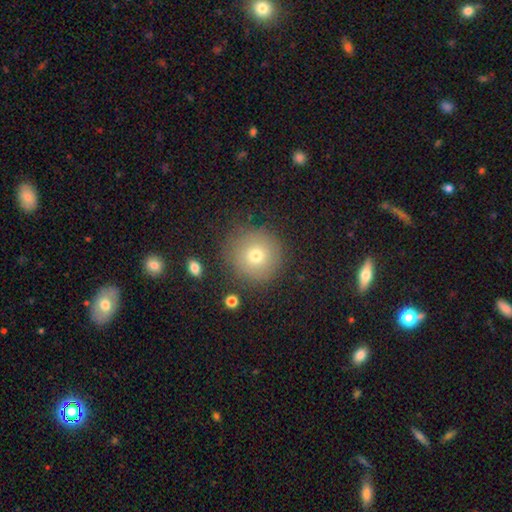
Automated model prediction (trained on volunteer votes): smooth_or_featured: smooth (p=0.72) [alt: featured or disk p=0.15]
how_rounded: round (p=0.94) [alt: in between p=0.05]
merging: none (p=0.82) [alt: minor disturbance p=0.11]